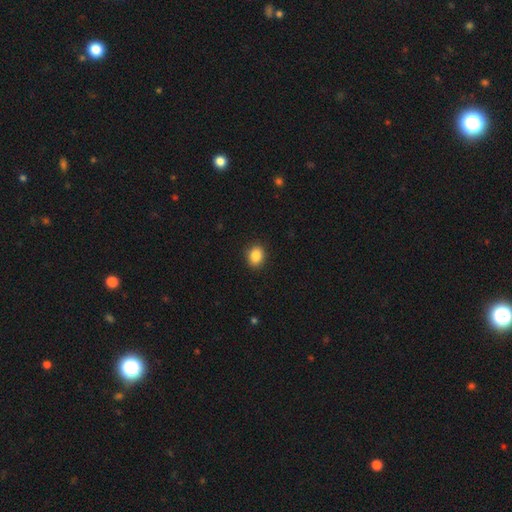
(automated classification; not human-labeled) smooth-or-featured: smooth: 87% | star or artifact: 9% | featured or disk: 4%
  how-rounded: round: 50% | in between: 49% | cigar-shaped: 1%
  merging: none: 90% | minor disturbance: 7% | major disturbance: 2% | merger: 1%